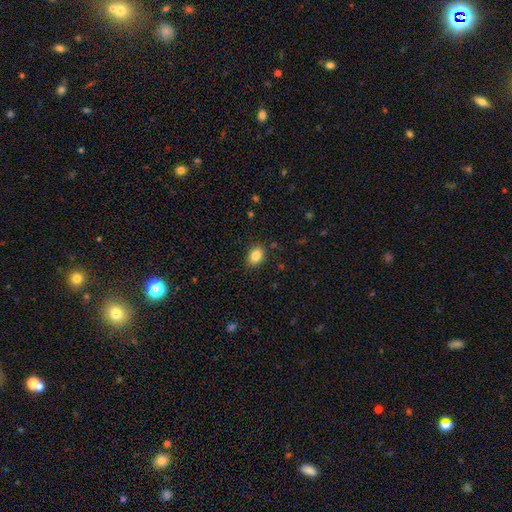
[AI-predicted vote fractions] This is clearly a smooth galaxy (84%). How rounded: likely in between (70%). Merging: clearly none (86%).